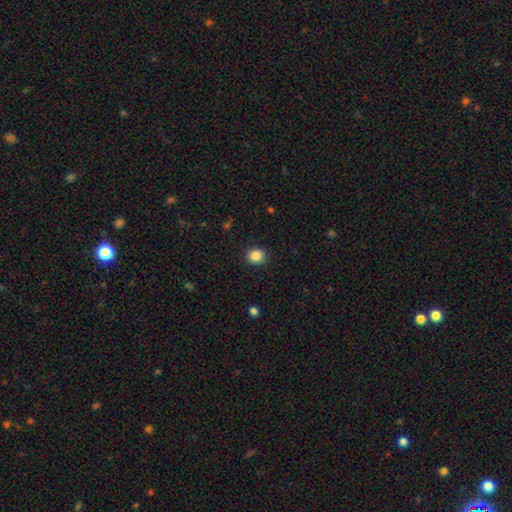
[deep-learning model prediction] Smooth or featured? smooth (86%)
How rounded? round (79%)
Merging? none (90%)